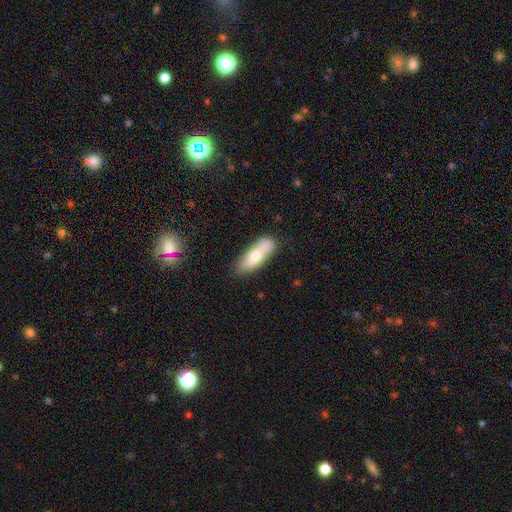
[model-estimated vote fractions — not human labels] Overall: smooth (71%). How rounded: in between (61%; cigar-shaped 36%). Merging: none (69%).